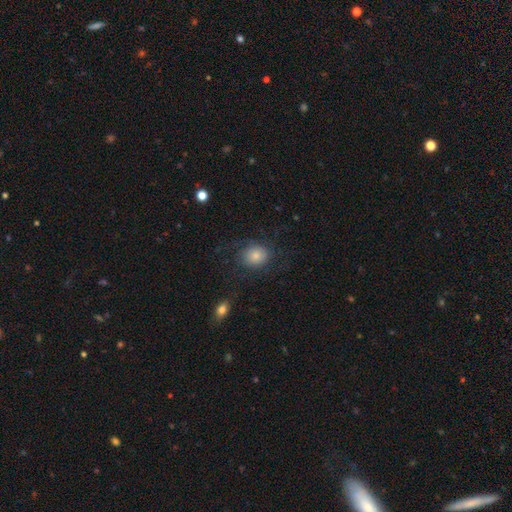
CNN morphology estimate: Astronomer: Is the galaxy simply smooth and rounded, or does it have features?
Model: smooth — 78%.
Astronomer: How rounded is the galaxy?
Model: round — 67%.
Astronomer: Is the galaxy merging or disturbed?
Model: none — 70%.